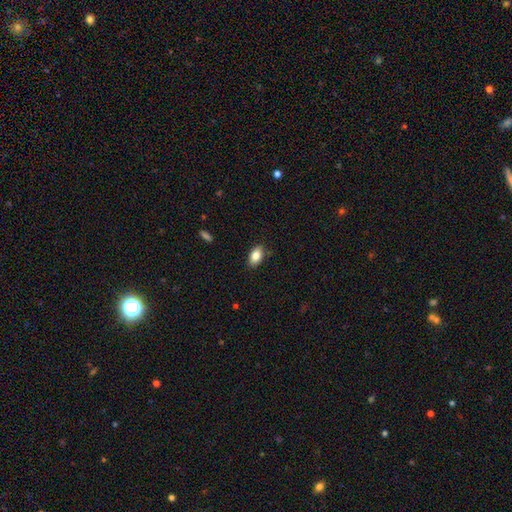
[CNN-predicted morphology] The model was most divided on "smooth or featured": smooth: 84%, featured or disk: 9%, star or artifact: 8%. More confident: how rounded — in between (91%); merging — none (87%).